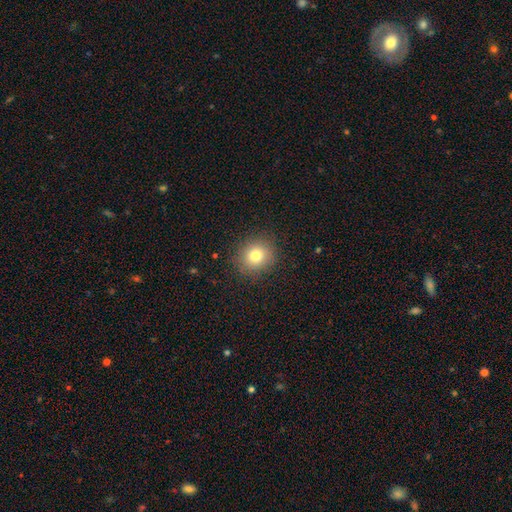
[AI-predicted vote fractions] smooth_or_featured: smooth (p=0.78) [alt: star or artifact p=0.13]
how_rounded: round (p=0.83) [alt: in between p=0.16]
merging: none (p=0.89) [alt: minor disturbance p=0.07]